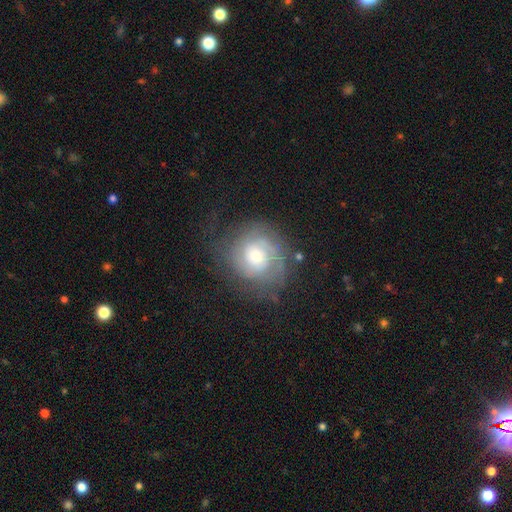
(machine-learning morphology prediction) Smooth or featured? featured or disk (71%)
Edge-on disk? no (98%)
Bar? no (68%)
Spiral arms? yes (89%)
Spiral winding? tight (62%)
Spiral arm count? 2 (37%)
Bulge size? moderate (53%)
Merging? none (66%)